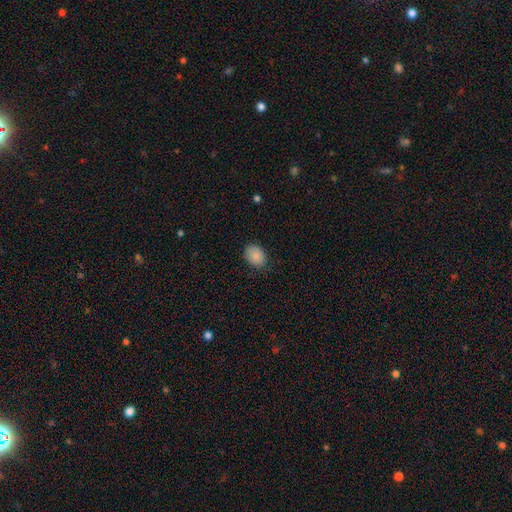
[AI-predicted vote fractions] Smooth or featured: smooth — 87% (star or artifact — 8%)
How rounded: in between — 66% (round — 33%)
Merging: none — 78% (minor disturbance — 18%)